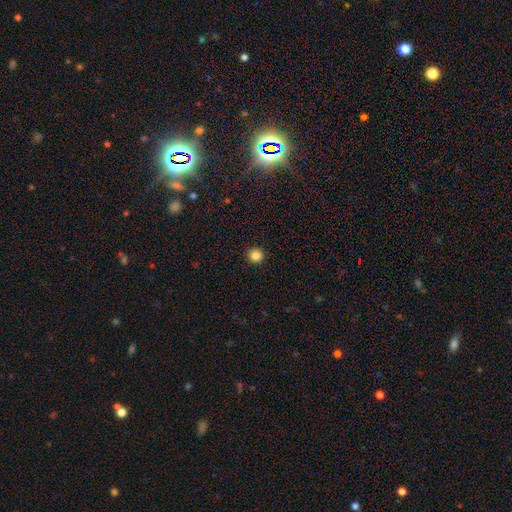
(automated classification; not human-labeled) The model was most divided on "smooth or featured": smooth: 85%, star or artifact: 12%, featured or disk: 4%. More confident: how rounded — round (94%); merging — none (93%).